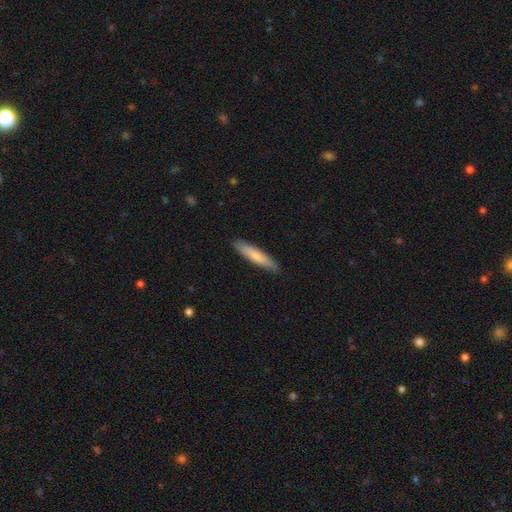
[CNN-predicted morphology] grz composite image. It shows a smooth galaxy with no disk features (75%) that is cigar-shaped (87%). Merging: none (87%).